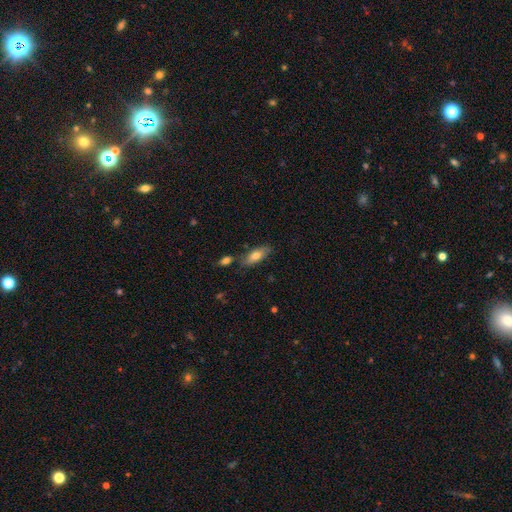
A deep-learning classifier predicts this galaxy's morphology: This appears to be a smooth galaxy with no disk features (71%) that is in between round and cigar-shaped (79%). Merging: none (70%).